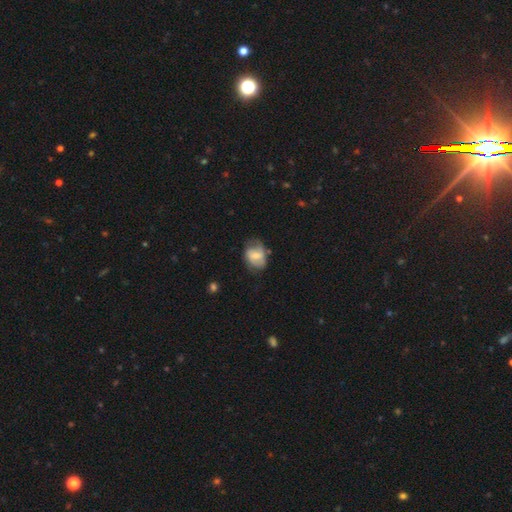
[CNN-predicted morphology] type=smooth (46%, tied with featured or disk); merging=none (52%).